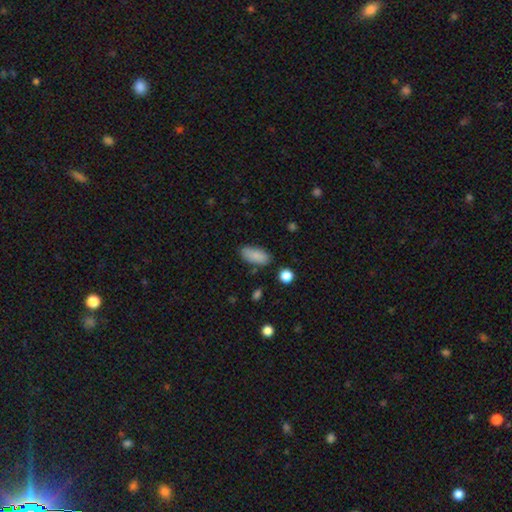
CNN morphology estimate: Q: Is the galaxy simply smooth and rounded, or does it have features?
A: smooth — 87%.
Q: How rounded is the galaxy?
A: in between — 88%.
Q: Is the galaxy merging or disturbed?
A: none — 77%.